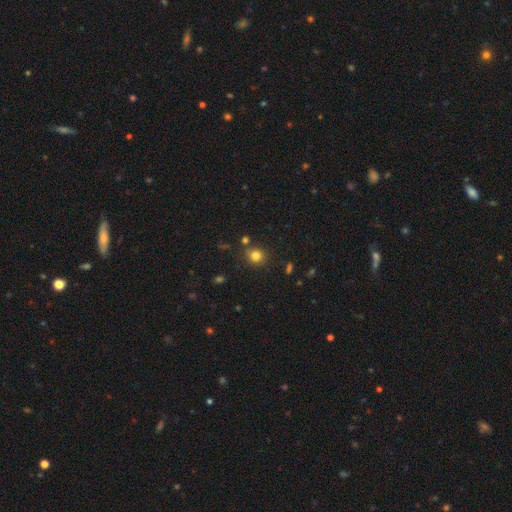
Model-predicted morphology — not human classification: Smooth or featured? Predicted: smooth (p=0.80). How rounded? Predicted: round (p=0.86). Merging? Predicted: none (p=0.81).